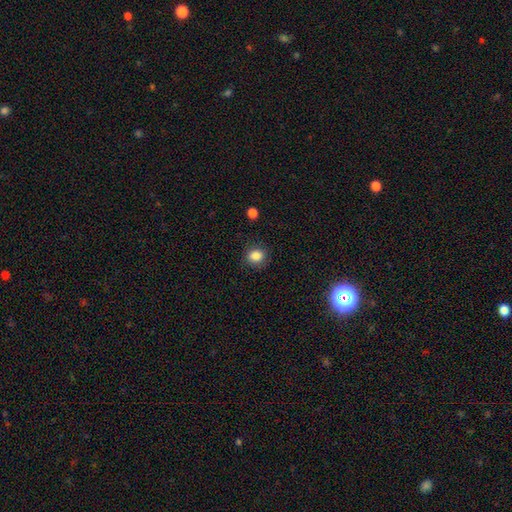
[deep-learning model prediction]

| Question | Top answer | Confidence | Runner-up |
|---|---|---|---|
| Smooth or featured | smooth | 86% | star or artifact (10%) |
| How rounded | round | 72% | in between (27%) |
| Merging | none | 83% | minor disturbance (12%) |